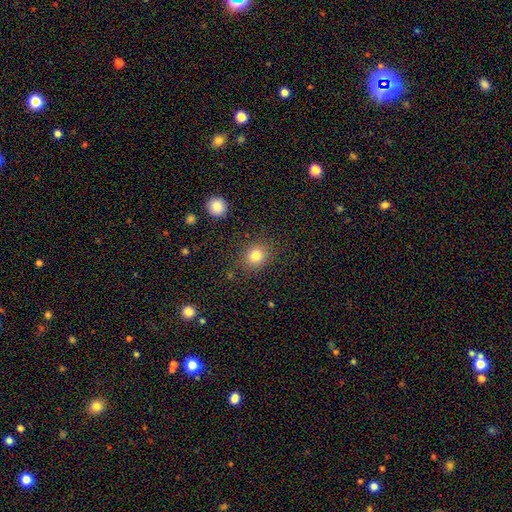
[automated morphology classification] This is clearly a smooth galaxy (83%). How rounded: likely round (70%). Merging: clearly none (85%).